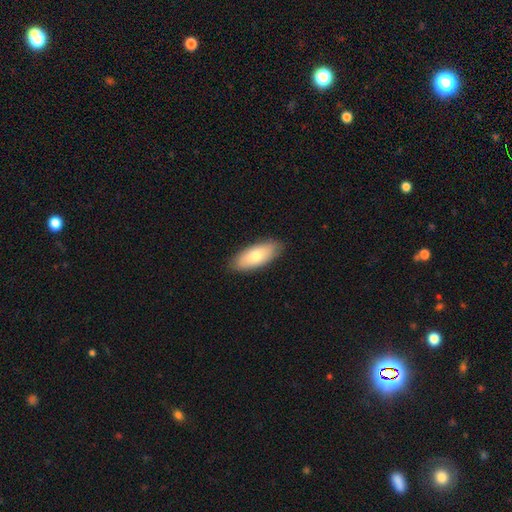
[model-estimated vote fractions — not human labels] Smooth or featured?
  - smooth: 74% *
  - featured or disk: 21%
  - star or artifact: 6%
How rounded?
  - in between: 84% *
  - cigar-shaped: 14%
  - round: 2%
Merging?
  - none: 87% *
  - minor disturbance: 10%
  - major disturbance: 2%
  - merger: 1%